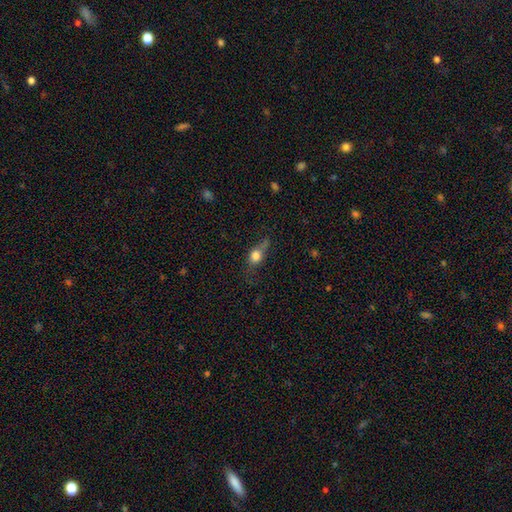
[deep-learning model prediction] Smooth or featured?
  - smooth: 72% *
  - featured or disk: 17%
  - star or artifact: 11%
How rounded?
  - round: 46% *
  - in between: 45%
  - cigar-shaped: 9%
Merging?
  - none: 45% *
  - minor disturbance: 31%
  - major disturbance: 19%
  - merger: 5%